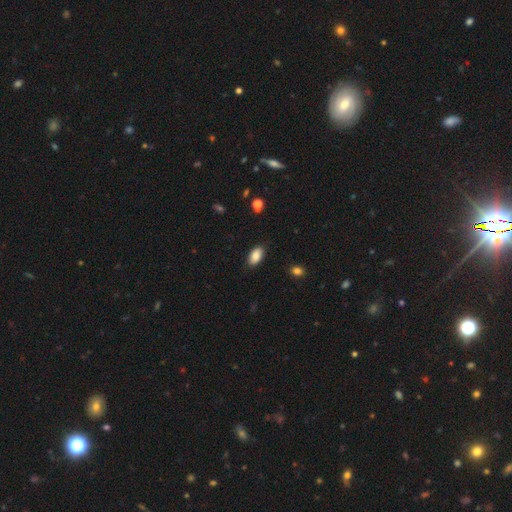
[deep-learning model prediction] Smooth or featured? smooth (86%)
How rounded? in between (94%)
Merging? none (87%)